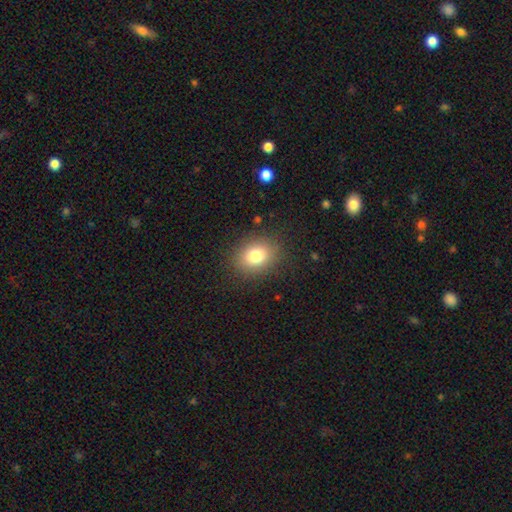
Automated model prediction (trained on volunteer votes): Q: Smooth or featured?
A: smooth (80%); runner-up: star or artifact (11%)
Q: How rounded?
A: in between (52%); runner-up: round (47%)
Q: Merging?
A: none (86%); runner-up: minor disturbance (9%)